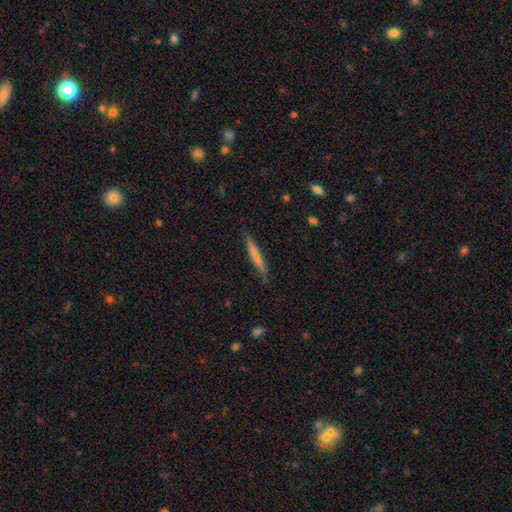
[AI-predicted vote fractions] smooth-or-featured: smooth: 66% | featured or disk: 28% | star or artifact: 6%
  how-rounded: cigar-shaped: 95% | in between: 4% | round: 1%
  merging: none: 82% | minor disturbance: 14% | major disturbance: 3% | merger: 2%